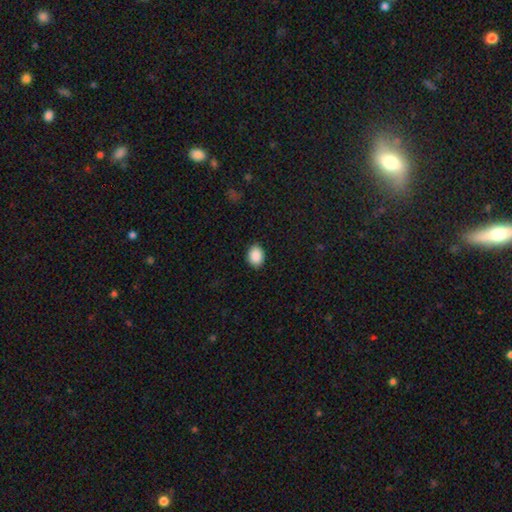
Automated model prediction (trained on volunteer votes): Smooth or featured? smooth (89%)
How rounded? in between (57%)
Merging? none (87%)